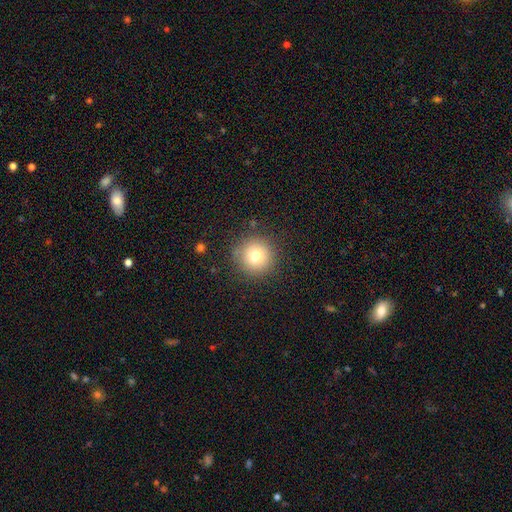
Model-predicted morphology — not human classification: Smooth or featured?
  - smooth: 74% *
  - star or artifact: 13%
  - featured or disk: 13%
How rounded?
  - round: 95% *
  - in between: 4%
  - cigar-shaped: 1%
Merging?
  - none: 87% *
  - minor disturbance: 8%
  - major disturbance: 3%
  - merger: 1%